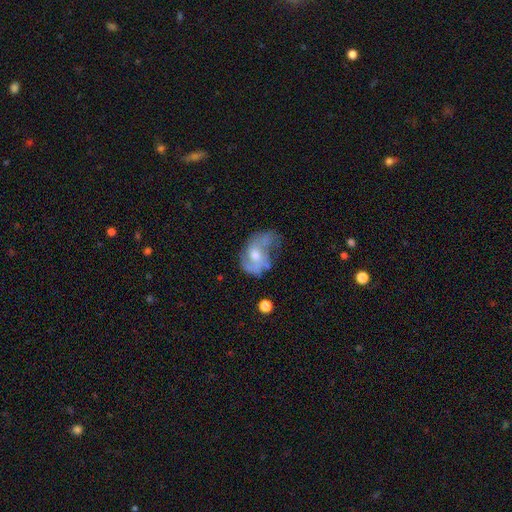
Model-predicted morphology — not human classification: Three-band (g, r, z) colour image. It shows a featured or disk galaxy (70%) with no bar (66%), 2 (65%) medium (43%) spiral arms (78%) and a moderate central bulge (63%). Merging: none (38%).